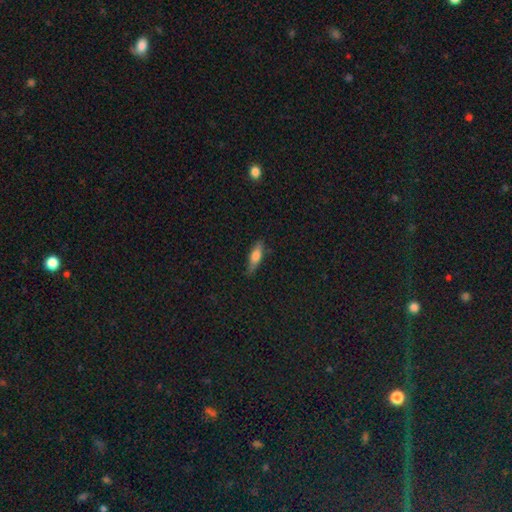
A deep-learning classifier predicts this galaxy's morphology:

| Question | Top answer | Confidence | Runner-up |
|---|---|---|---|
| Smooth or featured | smooth | 69% | featured or disk (24%) |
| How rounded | cigar-shaped | 52% | in between (46%) |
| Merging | none | 78% | minor disturbance (18%) |